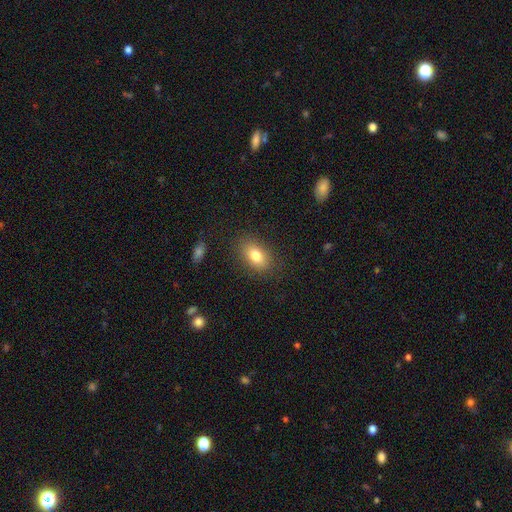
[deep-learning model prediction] This appears to be a smooth galaxy with no disk features (80%) that is in between round and cigar-shaped (84%). Merging: none (84%).